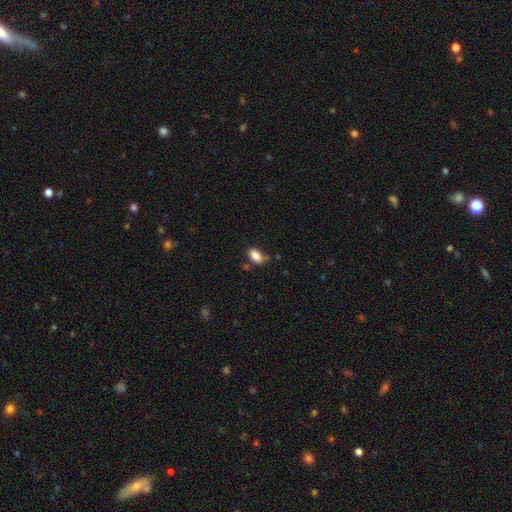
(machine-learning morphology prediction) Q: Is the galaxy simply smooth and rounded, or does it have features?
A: smooth — 87%.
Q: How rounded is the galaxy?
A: in between — 90%.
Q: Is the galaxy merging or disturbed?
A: none — 64%.